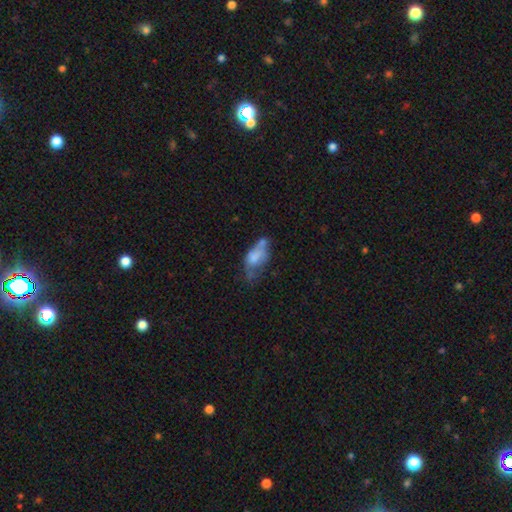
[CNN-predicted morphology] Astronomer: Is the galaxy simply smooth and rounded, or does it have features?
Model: smooth — 62%.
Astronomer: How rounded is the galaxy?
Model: in between — 86%.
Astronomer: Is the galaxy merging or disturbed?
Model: merger — 27% (runner-up: major disturbance, 25%).